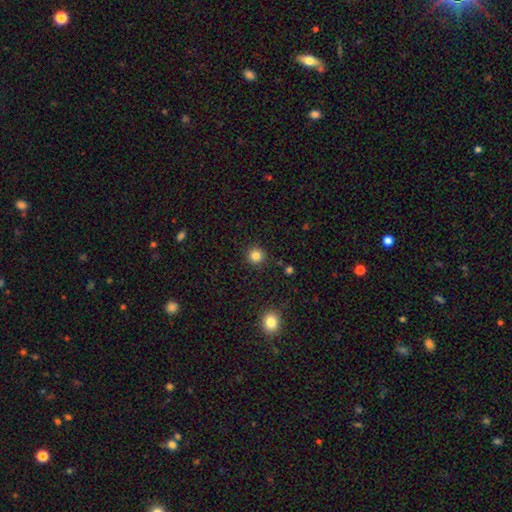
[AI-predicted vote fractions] A smooth galaxy with no disk features (84%) that is round (94%). Merging: none (91%).